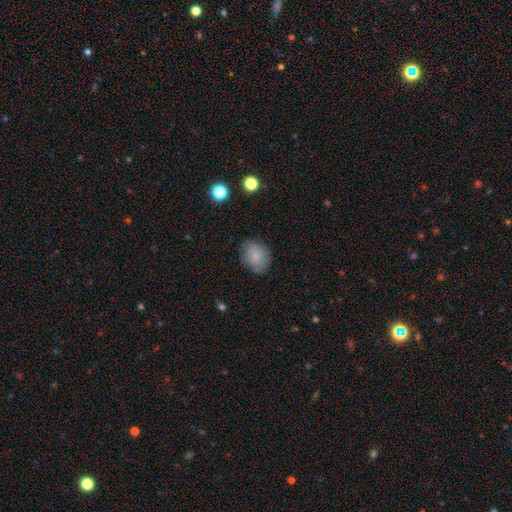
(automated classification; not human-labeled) Q: Smooth or featured?
A: smooth (79%); runner-up: featured or disk (13%)
Q: How rounded?
A: round (52%); runner-up: in between (47%)
Q: Merging?
A: none (81%); runner-up: minor disturbance (14%)